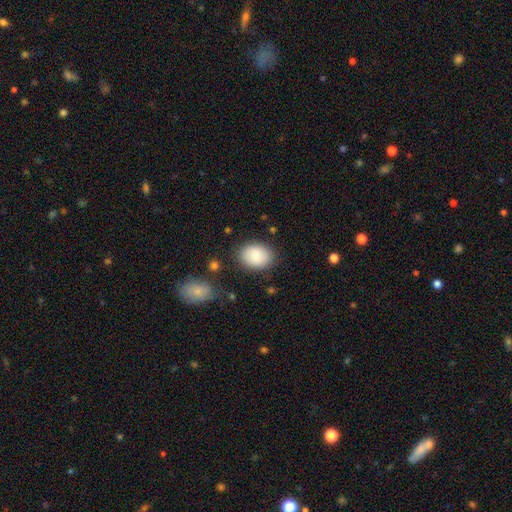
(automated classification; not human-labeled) Smooth or featured?
  - smooth: 85% *
  - featured or disk: 8%
  - star or artifact: 7%
How rounded?
  - in between: 69% *
  - round: 30%
  - cigar-shaped: 1%
Merging?
  - none: 83% *
  - minor disturbance: 11%
  - major disturbance: 3%
  - merger: 2%